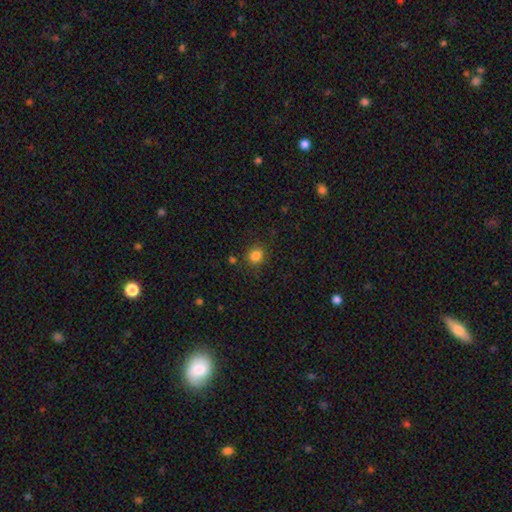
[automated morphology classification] smooth 84%, star or artifact 12%, featured or disk 4%. Down the decision tree: how rounded — round (86%); merging — none (85%).